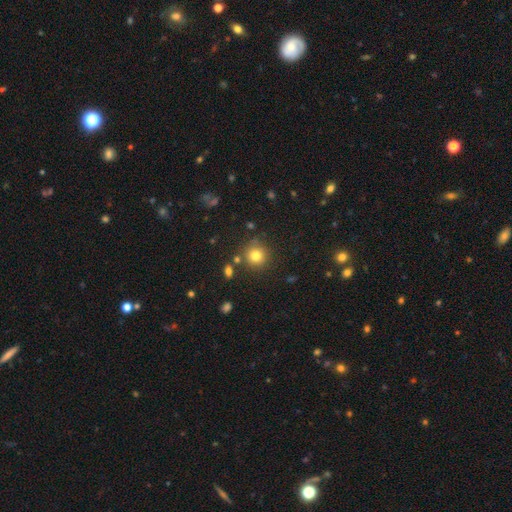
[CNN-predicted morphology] Smooth or featured: smooth — 80% (star or artifact — 13%)
How rounded: round — 93% (in between — 6%)
Merging: none — 81% (minor disturbance — 9%)